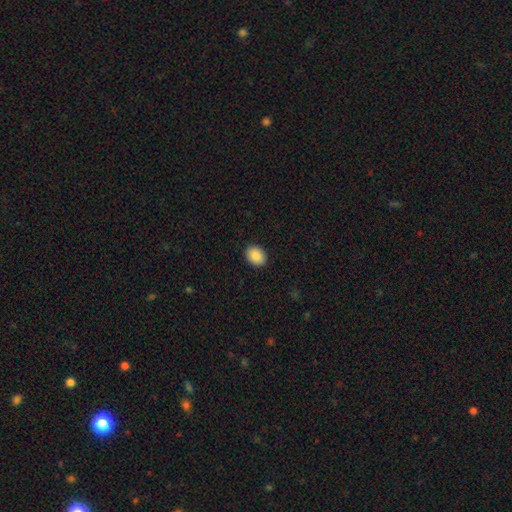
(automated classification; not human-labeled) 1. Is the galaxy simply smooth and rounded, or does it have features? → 89% smooth, 8% star or artifact, 4% featured or disk.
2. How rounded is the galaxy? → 61% in between, 38% round, 1% cigar-shaped.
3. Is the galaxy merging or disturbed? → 91% none, 7% minor disturbance, 2% major disturbance, 1% merger.